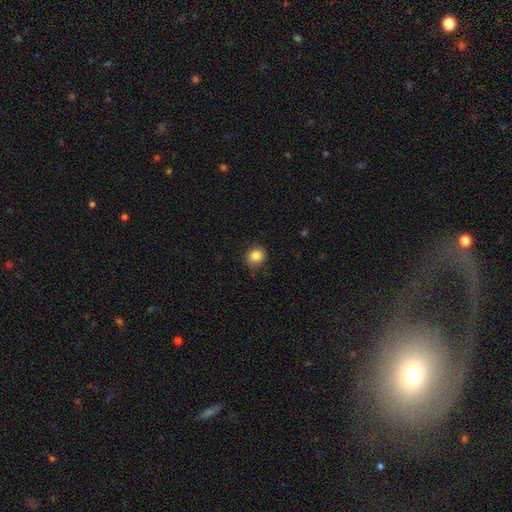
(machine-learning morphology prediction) type=smooth (85%); roundness=round (84%); merging=none (85%).